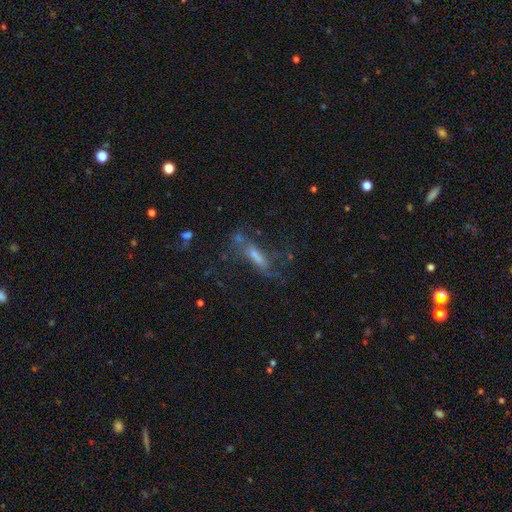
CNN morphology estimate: smooth_or_featured: featured or disk (p=0.51) [alt: smooth p=0.30]
disk_edge_on: no (p=0.68) [alt: yes p=0.32]
merging: none (p=0.48) [alt: major disturbance p=0.25]